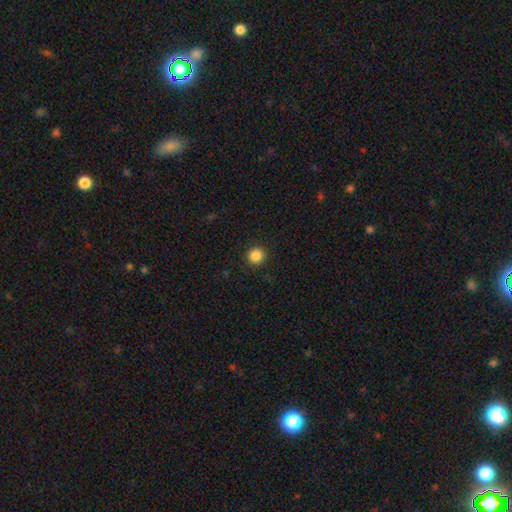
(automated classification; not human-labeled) Smooth or featured? smooth (86%)
How rounded? round (95%)
Merging? none (93%)